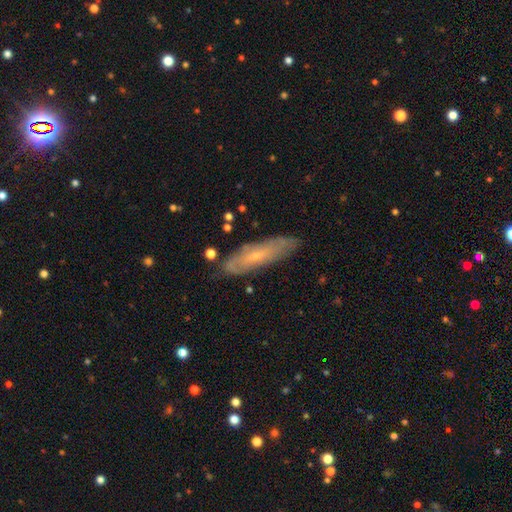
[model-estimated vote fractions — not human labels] Smooth or featured?
  - featured or disk: 52% *
  - smooth: 41%
  - star or artifact: 7%
Edge-on disk?
  - no: 62% *
  - yes: 38%
Merging?
  - none: 78% *
  - minor disturbance: 16%
  - major disturbance: 4%
  - merger: 2%